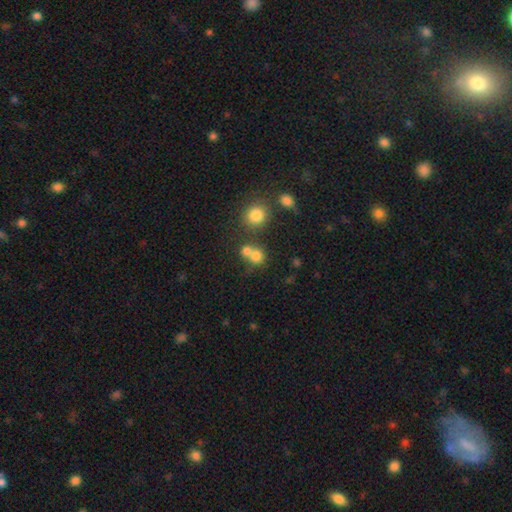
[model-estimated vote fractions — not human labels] Smooth or featured?
  - smooth: 75% *
  - star or artifact: 14%
  - featured or disk: 11%
How rounded?
  - round: 82% *
  - in between: 17%
  - cigar-shaped: 1%
Merging?
  - merger: 45% *
  - none: 43%
  - minor disturbance: 8%
  - major disturbance: 4%